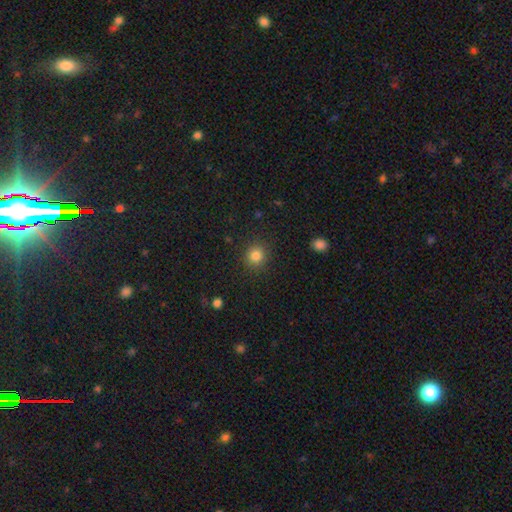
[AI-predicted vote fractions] A smooth galaxy with no disk features (83%) that is round (87%). Merging: none (89%).